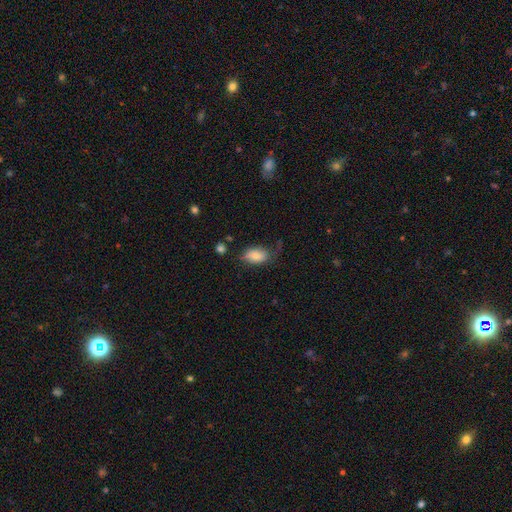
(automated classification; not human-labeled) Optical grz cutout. It shows a smooth galaxy with no disk features (81%) that is in between round and cigar-shaped (91%). Merging: none (52%).